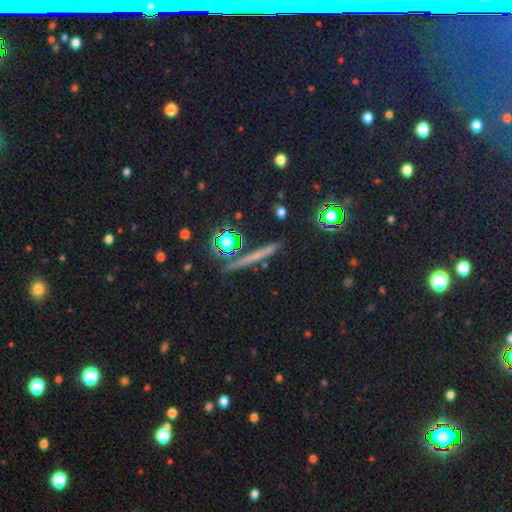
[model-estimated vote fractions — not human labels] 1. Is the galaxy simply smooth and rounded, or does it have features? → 39% smooth, 33% star or artifact, 28% featured or disk.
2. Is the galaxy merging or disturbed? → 88% none, 7% minor disturbance, 3% merger, 2% major disturbance.